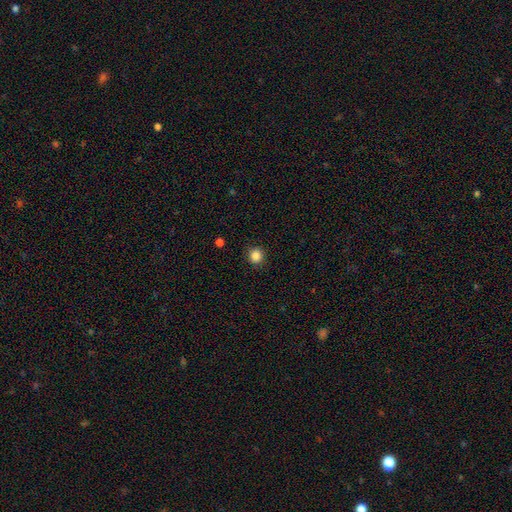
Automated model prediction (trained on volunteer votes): Smooth or featured? smooth (86%)
How rounded? round (89%)
Merging? none (91%)